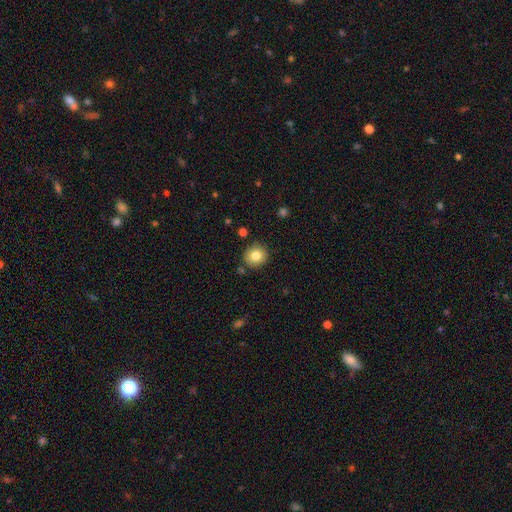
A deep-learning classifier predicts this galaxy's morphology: The model was most divided on "smooth or featured": smooth: 81%, star or artifact: 10%, featured or disk: 9%. More confident: how rounded — round (88%); merging — none (84%).